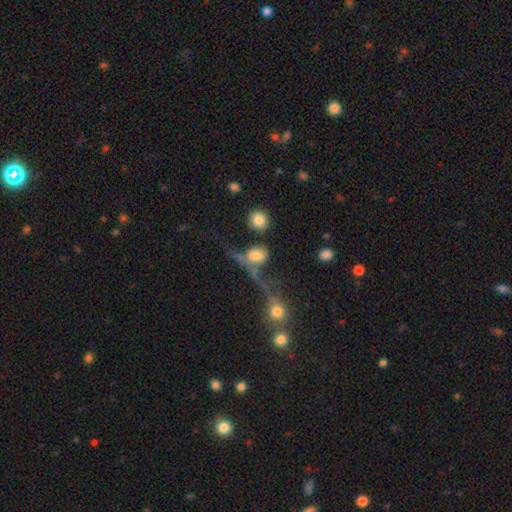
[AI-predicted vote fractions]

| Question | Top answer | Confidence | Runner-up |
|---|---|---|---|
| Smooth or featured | smooth | 62% | featured or disk (26%) |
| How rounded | in between | 56% | round (39%) |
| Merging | major disturbance | 33% | tied: merger (33%) |